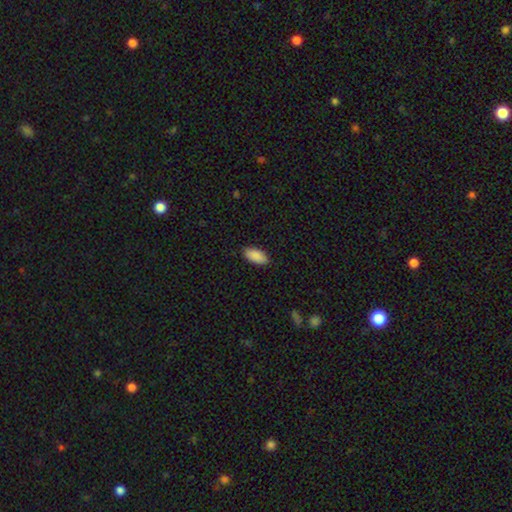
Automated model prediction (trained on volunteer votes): Smooth or featured? Predicted: smooth (p=0.90). How rounded? Predicted: in between (p=0.92). Merging? Predicted: none (p=0.88).